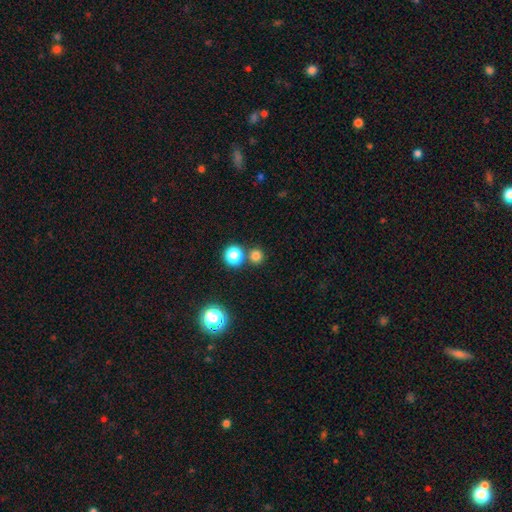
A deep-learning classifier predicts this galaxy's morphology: A smooth galaxy with no disk features (77%) that is round (92%). Merging: none (71%).